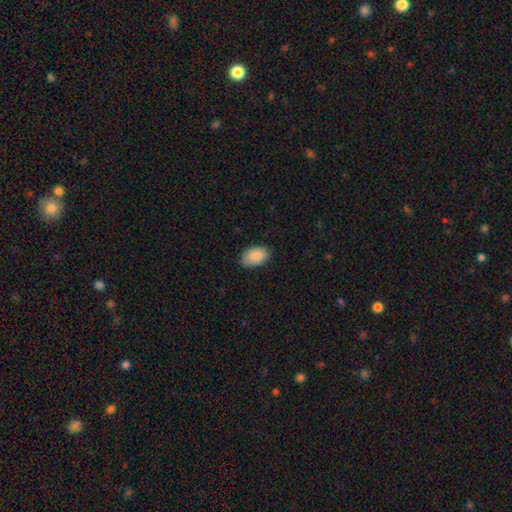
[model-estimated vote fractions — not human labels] Smooth or featured?
  - smooth: 87% *
  - star or artifact: 6%
  - featured or disk: 6%
How rounded?
  - in between: 91% *
  - round: 8%
  - cigar-shaped: 1%
Merging?
  - none: 79% *
  - minor disturbance: 17%
  - major disturbance: 3%
  - merger: 1%